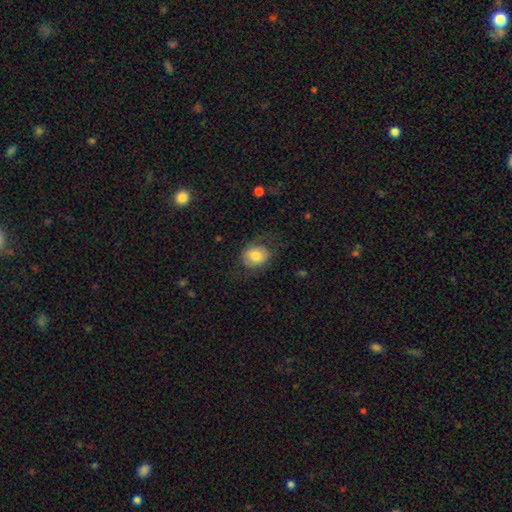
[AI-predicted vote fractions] Smooth or featured: smooth — 66% (featured or disk — 26%)
How rounded: round — 58% (in between — 41%)
Merging: none — 63% (minor disturbance — 20%)